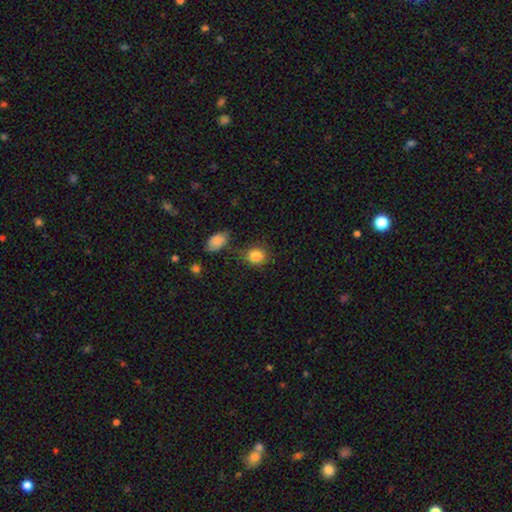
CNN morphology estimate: This appears to be a smooth galaxy with no disk features (85%) that is round (61%). Merging: none (73%).